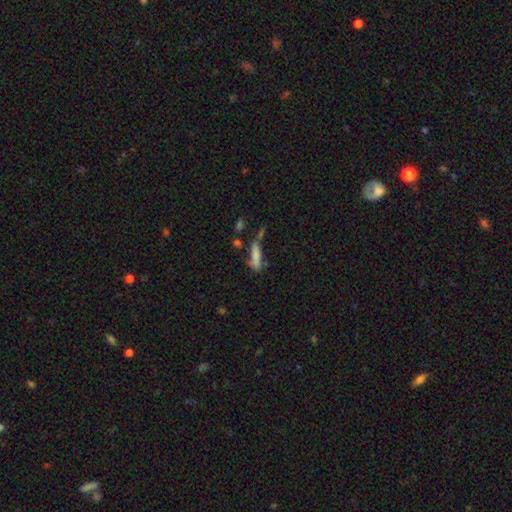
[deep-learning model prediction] smooth-or-featured: smooth: 72% | featured or disk: 18% | star or artifact: 10%
  how-rounded: cigar-shaped: 67% | in between: 31% | round: 3%
  merging: none: 40% | merger: 23% | minor disturbance: 22% | major disturbance: 15%